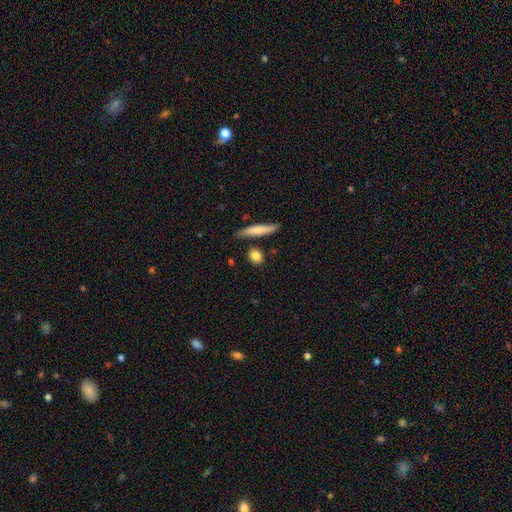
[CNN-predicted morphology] Smooth or featured: smooth — 82% (featured or disk — 10%)
How rounded: round — 41% (tied with in between — 41%)
Merging: none — 80% (minor disturbance — 11%)